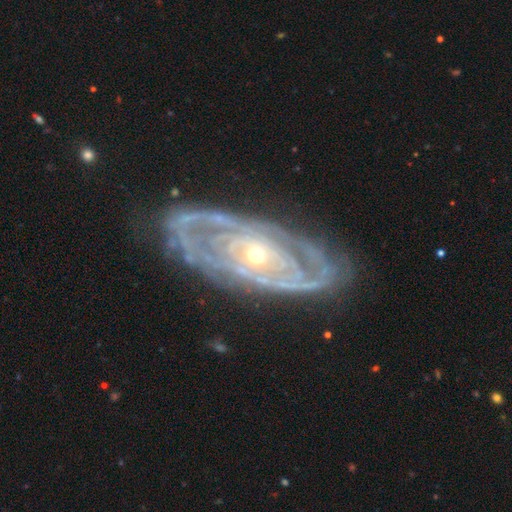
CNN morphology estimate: This appears to be a featured or disk galaxy (88%) with no bar (72%), 2 (43%) tight (68%) spiral arms (86%) and a small central bulge (58%). Merging: none (79%).